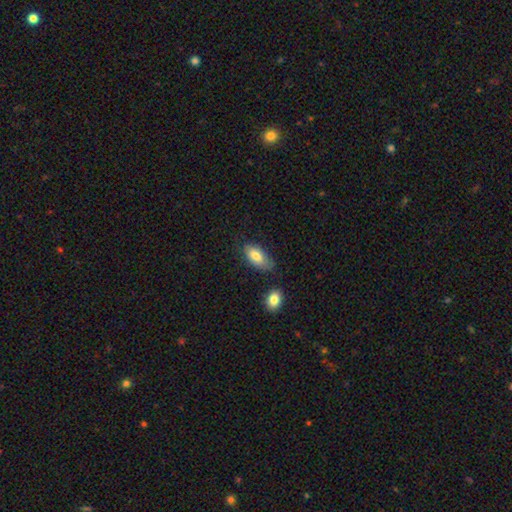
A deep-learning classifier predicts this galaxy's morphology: Q: Smooth or featured?
A: smooth (78%); runner-up: featured or disk (15%)
Q: How rounded?
A: in between (91%); runner-up: cigar-shaped (6%)
Q: Merging?
A: none (63%); runner-up: minor disturbance (25%)